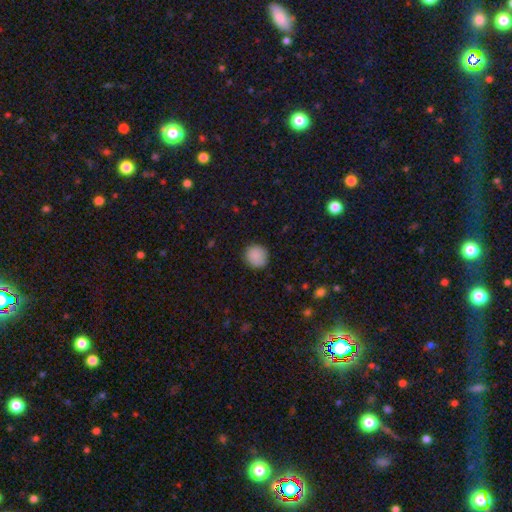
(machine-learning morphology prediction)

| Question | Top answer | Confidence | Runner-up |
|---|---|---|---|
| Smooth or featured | smooth | 88% | star or artifact (8%) |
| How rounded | round | 92% | in between (7%) |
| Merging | none | 87% | minor disturbance (9%) |